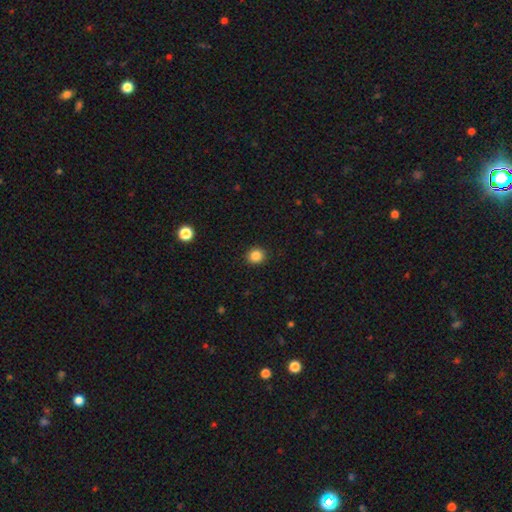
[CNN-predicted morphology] A smooth galaxy with no disk features (86%) that is round (87%). Merging: none (92%).